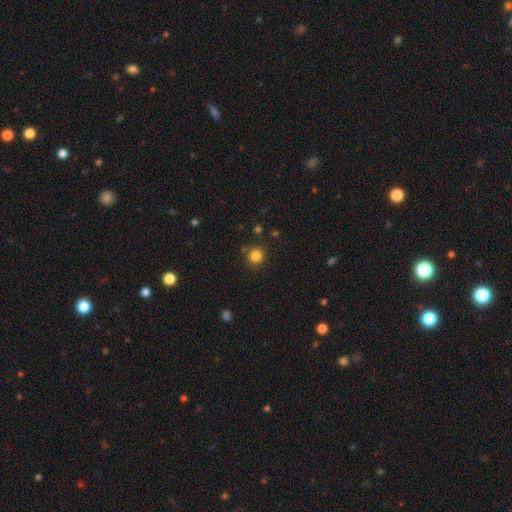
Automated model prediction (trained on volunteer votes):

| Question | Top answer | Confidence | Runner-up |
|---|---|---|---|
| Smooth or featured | smooth | 83% | star or artifact (13%) |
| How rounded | round | 91% | in between (8%) |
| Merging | none | 86% | minor disturbance (8%) |